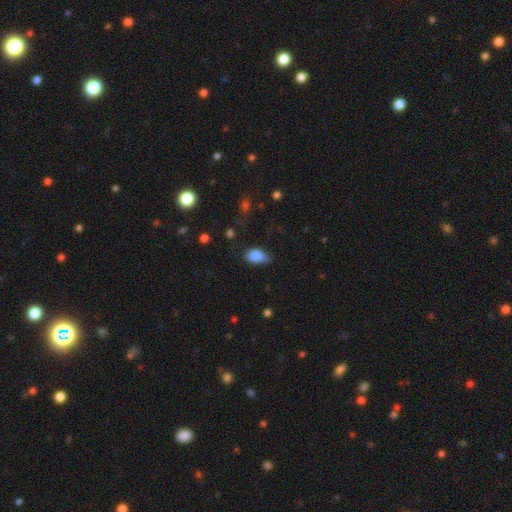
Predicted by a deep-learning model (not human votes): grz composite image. It shows a smooth galaxy with no disk features (85%) that is in between round and cigar-shaped (87%). Merging: none (46%).